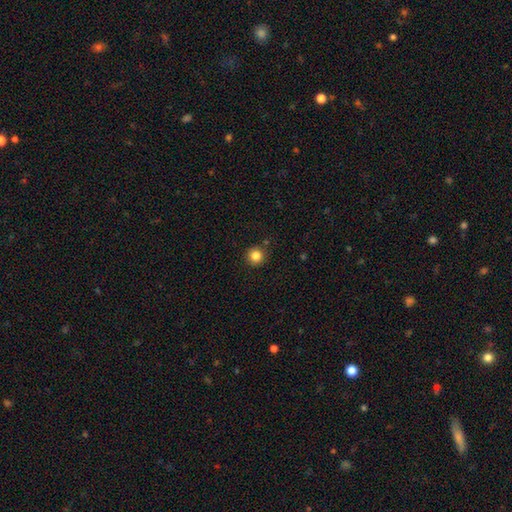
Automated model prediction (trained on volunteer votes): Overall: smooth (83%). How rounded: round (95%). Merging: none (88%).